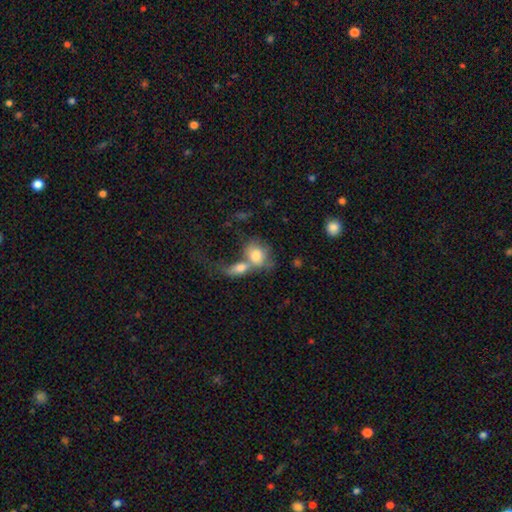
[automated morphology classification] smooth 71%, featured or disk 21%, star or artifact 8%. Down the decision tree: how rounded — in between (61%); merging — merger (67%).